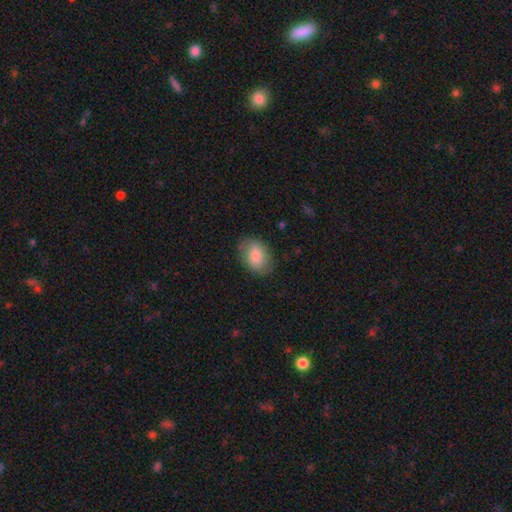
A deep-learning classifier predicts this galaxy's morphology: smooth_or_featured: smooth (p=0.74) [alt: featured or disk p=0.19]
how_rounded: in between (p=0.76) [alt: round p=0.23]
merging: none (p=0.76) [alt: minor disturbance p=0.18]